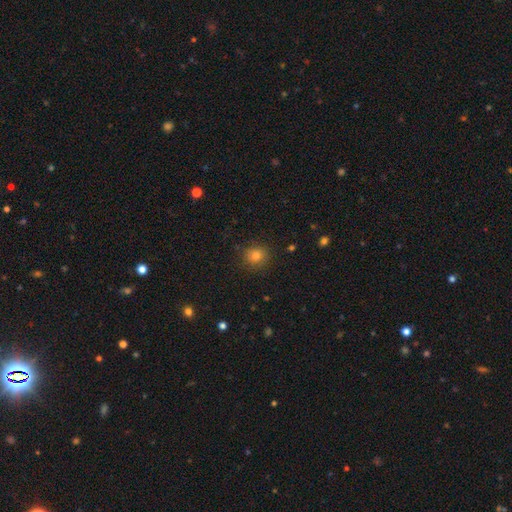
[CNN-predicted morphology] This appears to be a smooth galaxy with no disk features (78%) that is round (88%). Merging: none (88%).